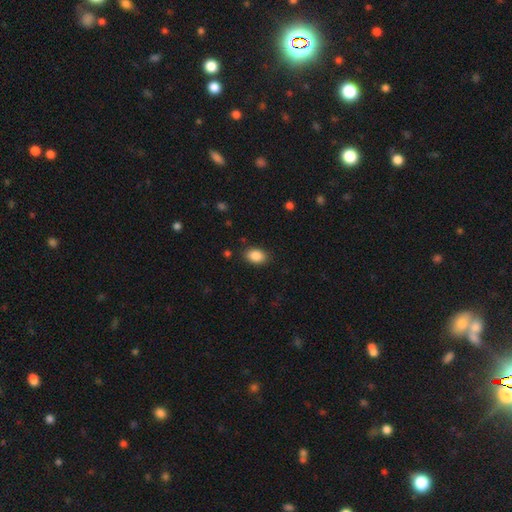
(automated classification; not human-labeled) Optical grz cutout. It shows a smooth galaxy with no disk features (88%) that is in between round and cigar-shaped (85%). Merging: none (87%).